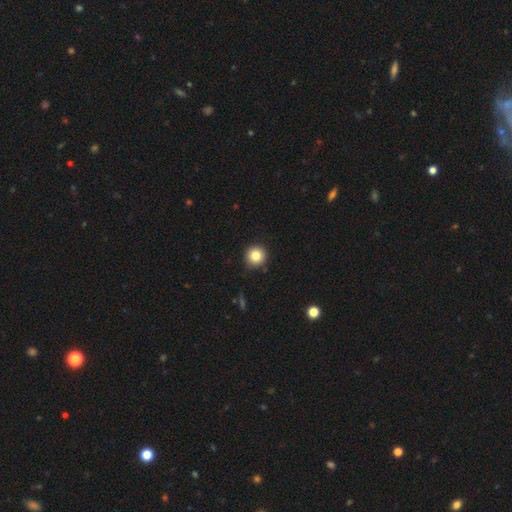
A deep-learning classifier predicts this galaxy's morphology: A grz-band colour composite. It shows a smooth galaxy with no disk features (83%) that is round (95%). Merging: none (90%).